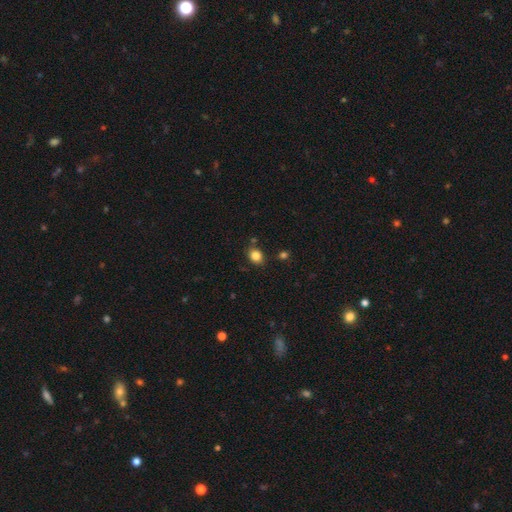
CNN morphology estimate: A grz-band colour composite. It shows a smooth galaxy with no disk features (84%) that is round (55%). Merging: none (79%).